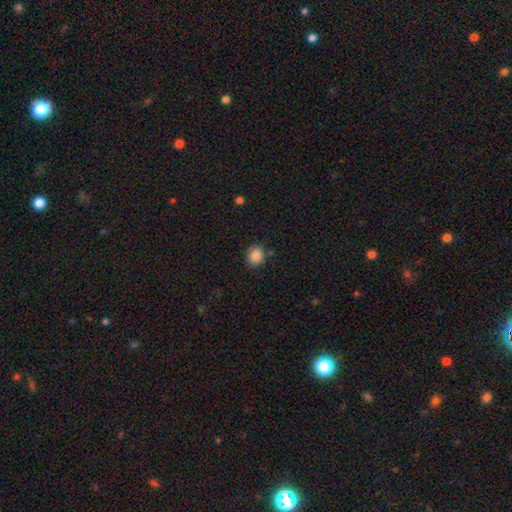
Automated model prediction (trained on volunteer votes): Smooth or featured? Predicted: smooth (p=0.86). How rounded? Predicted: round (p=0.79). Merging? Predicted: none (p=0.84).